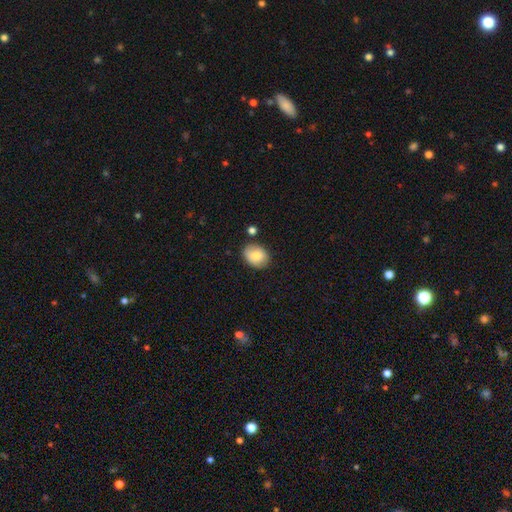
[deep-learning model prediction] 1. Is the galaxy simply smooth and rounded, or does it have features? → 82% smooth, 11% featured or disk, 7% star or artifact.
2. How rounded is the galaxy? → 66% in between, 33% round, 1% cigar-shaped.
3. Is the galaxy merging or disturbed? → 79% none, 14% minor disturbance, 4% merger, 3% major disturbance.